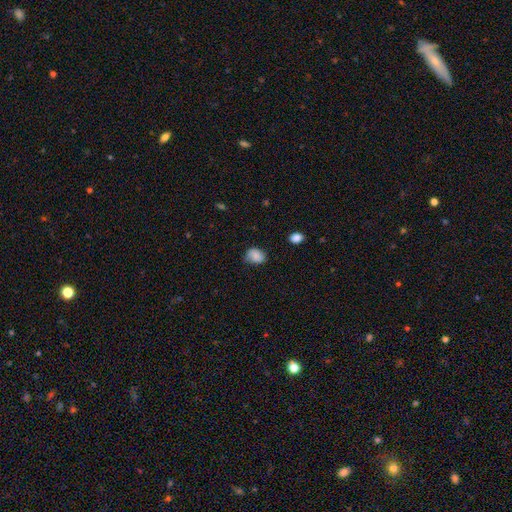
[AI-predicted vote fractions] A smooth galaxy with no disk features (82%) that is in between round and cigar-shaped (63%). Merging: none (60%).